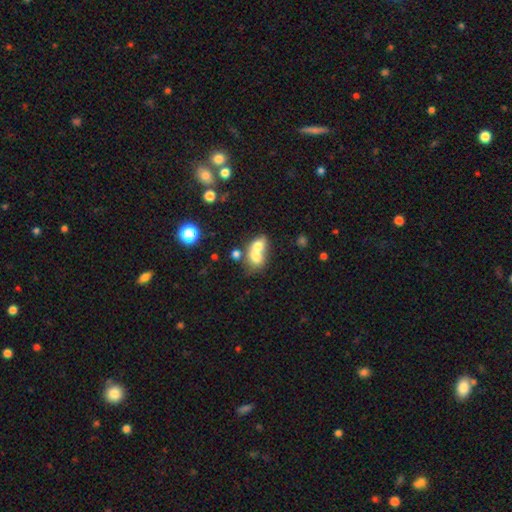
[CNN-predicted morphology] smooth_or_featured: smooth (p=0.69) [alt: featured or disk p=0.21]
how_rounded: in between (p=0.53) [alt: round p=0.45]
merging: merger (p=0.75) [alt: none p=0.16]